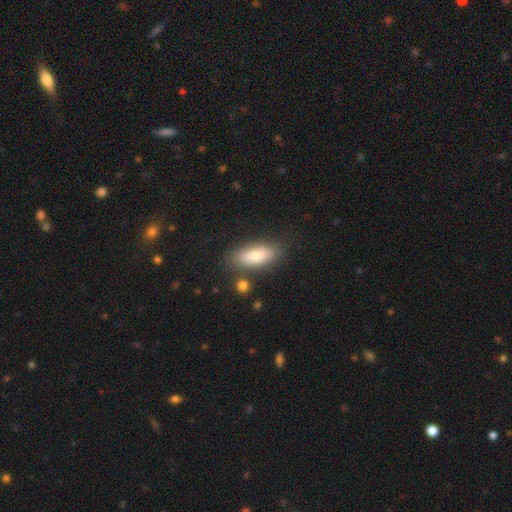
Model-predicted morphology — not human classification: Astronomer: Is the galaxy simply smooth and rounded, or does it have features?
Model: smooth — 80%.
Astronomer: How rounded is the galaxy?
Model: in between — 77%.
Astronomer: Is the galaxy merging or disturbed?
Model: none — 78%.